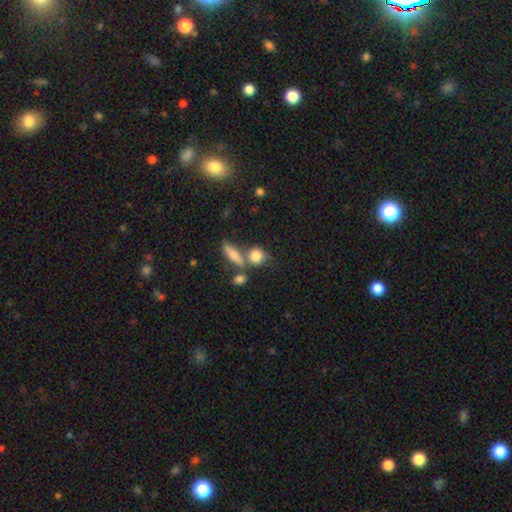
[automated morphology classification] A smooth galaxy with no disk features (80%) that is round (64%).

Vote fractions:
- Smooth or featured? smooth: 80% / featured or disk: 11% / star or artifact: 9%
- How rounded? round: 64% / in between: 29% / cigar-shaped: 7%
- Merging? none: 54% / merger: 29% / minor disturbance: 12% / major disturbance: 5%